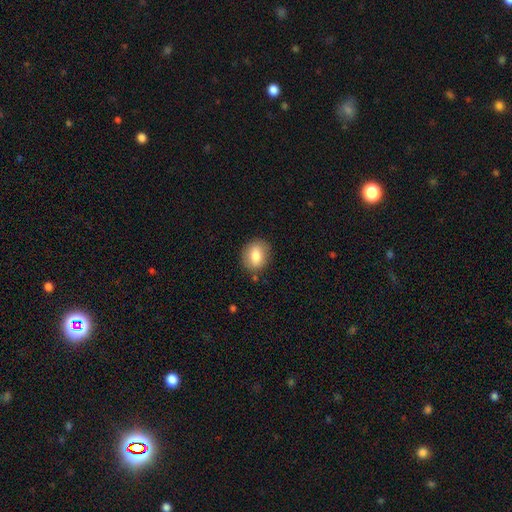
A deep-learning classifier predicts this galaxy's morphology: smooth 79%, featured or disk 13%, star or artifact 8%. Down the decision tree: how rounded — round (50%); merging — none (83%).